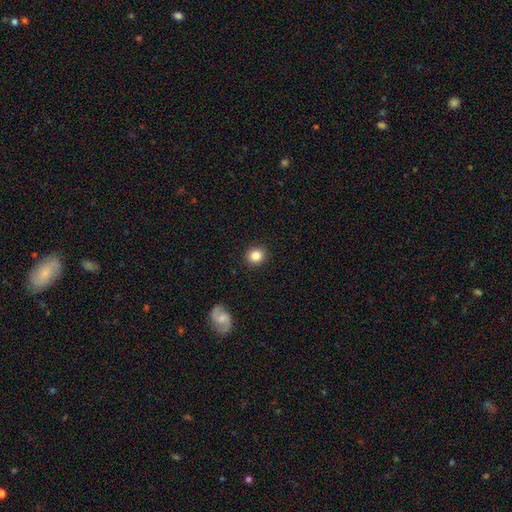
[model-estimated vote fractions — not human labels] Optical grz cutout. It shows a smooth galaxy with no disk features (84%) that is round (90%). Merging: none (91%).